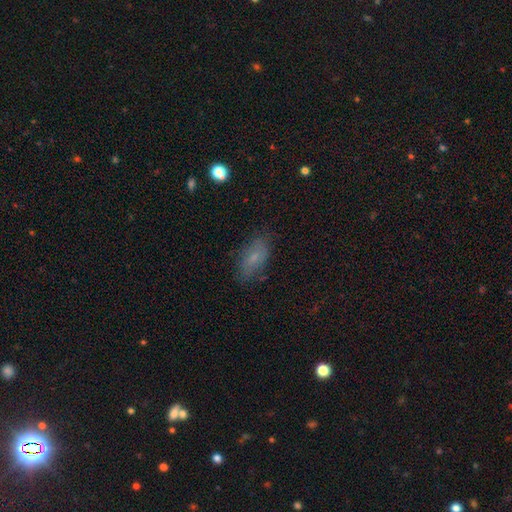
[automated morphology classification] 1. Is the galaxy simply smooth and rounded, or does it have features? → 69% smooth, 21% featured or disk, 10% star or artifact.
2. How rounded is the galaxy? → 86% in between, 10% cigar-shaped, 4% round.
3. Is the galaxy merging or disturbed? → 75% none, 18% minor disturbance, 6% major disturbance, 1% merger.